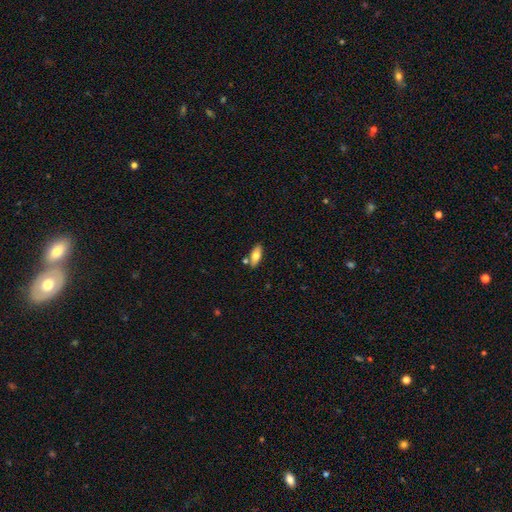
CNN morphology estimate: A smooth galaxy with no disk features (68%) that is in between round and cigar-shaped (78%). Merging: none (78%).